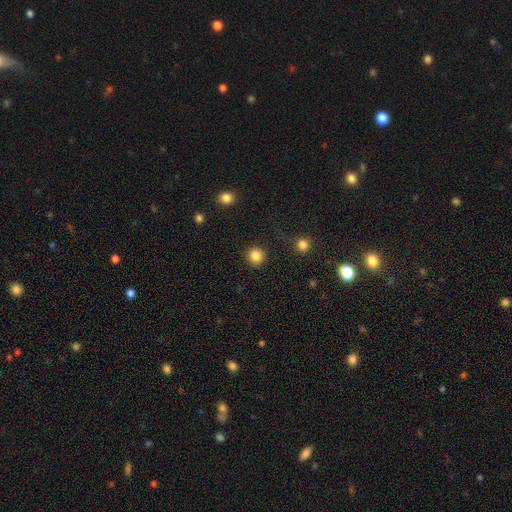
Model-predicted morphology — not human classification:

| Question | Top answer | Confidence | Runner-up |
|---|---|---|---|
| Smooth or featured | smooth | 85% | star or artifact (11%) |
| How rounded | round | 92% | in between (7%) |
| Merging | none | 90% | minor disturbance (6%) |